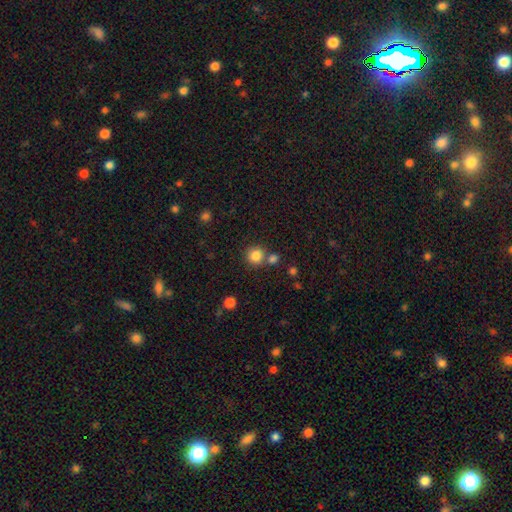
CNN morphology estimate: smooth 83%, star or artifact 12%, featured or disk 5%. Down the decision tree: how rounded — round (92%); merging — none (72%).